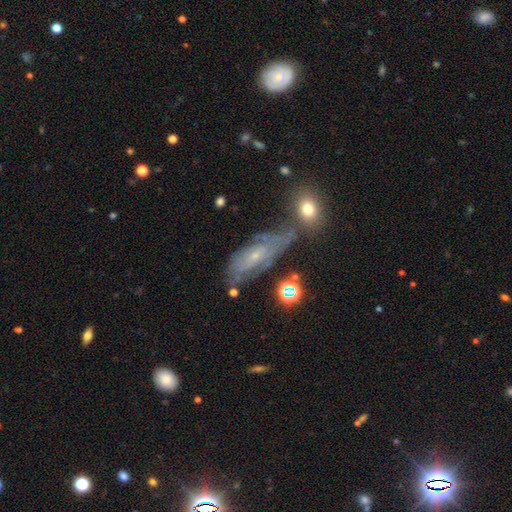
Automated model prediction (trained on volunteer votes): smooth-or-featured: featured or disk: 64% | smooth: 25% | star or artifact: 11%
  disk-edge-on: no: 82% | yes: 18%
    bar: no: 66% | weak: 28% | strong: 7%
    has-spiral-arms: yes: 77% | no: 23%
    bulge-size: small: 78% | moderate: 16% | none: 4% | large: 1% | dominant: 1%
  merging: none: 60% | minor disturbance: 22% | major disturbance: 9% | merger: 9%